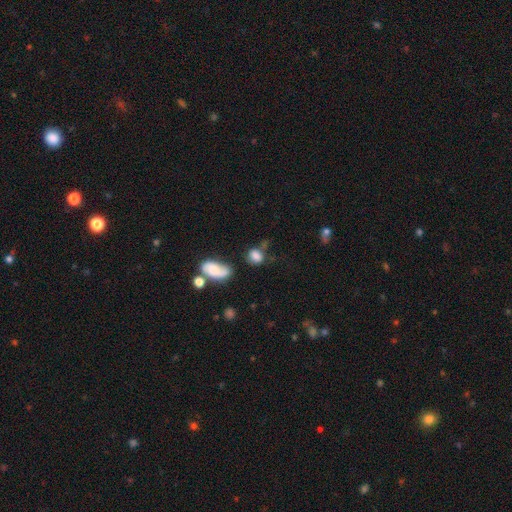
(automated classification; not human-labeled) Smooth or featured? Predicted: smooth (p=0.75). How rounded? Predicted: in between (p=0.57). Merging? Predicted: none (p=0.46).